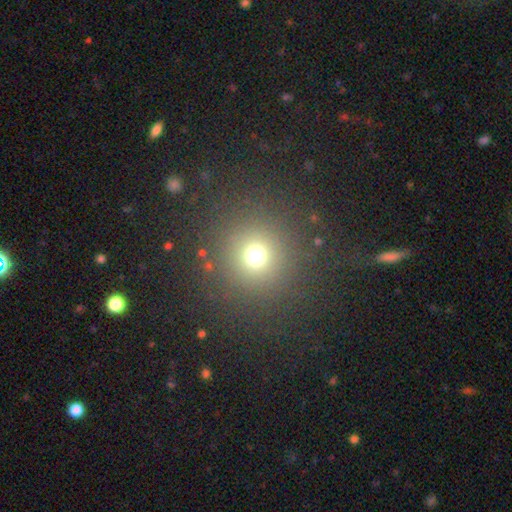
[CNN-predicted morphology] smooth_or_featured: smooth (p=0.70) [alt: star or artifact p=0.22]
how_rounded: round (p=0.94) [alt: in between p=0.05]
merging: none (p=0.85) [alt: minor disturbance p=0.07]